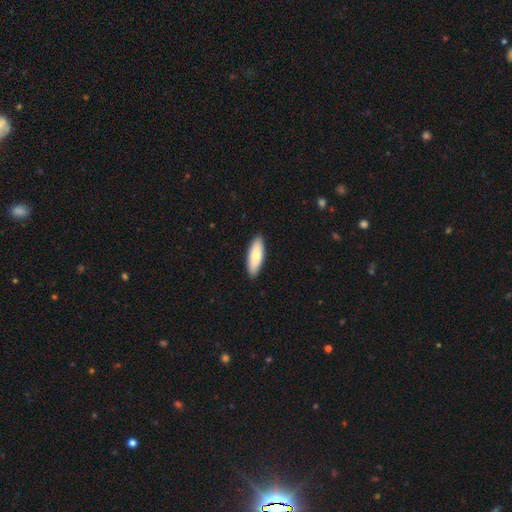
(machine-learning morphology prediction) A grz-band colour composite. It shows a smooth galaxy with no disk features (79%) that is in between round and cigar-shaped (63%). Merging: none (90%).